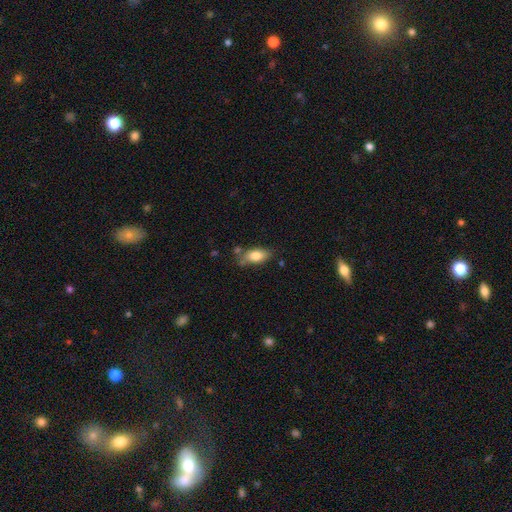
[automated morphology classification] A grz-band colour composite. It shows a smooth galaxy with no disk features (79%) that is in between round and cigar-shaped (86%). Merging: none (64%).